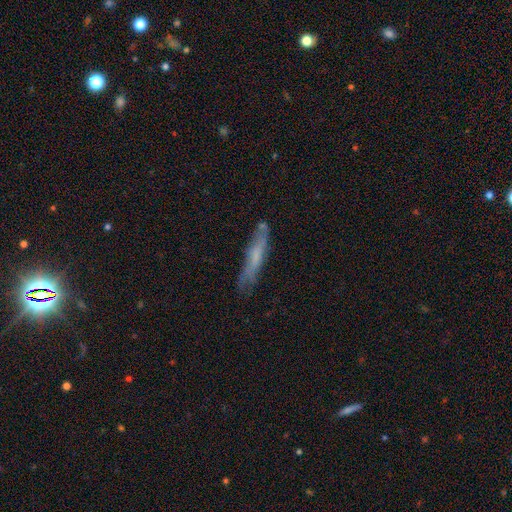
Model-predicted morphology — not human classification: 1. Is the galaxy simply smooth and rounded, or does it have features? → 50% smooth, 42% featured or disk, 7% star or artifact.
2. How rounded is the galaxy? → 89% cigar-shaped, 10% in between, 1% round.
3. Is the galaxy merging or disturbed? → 70% none, 21% minor disturbance, 6% major disturbance, 3% merger.